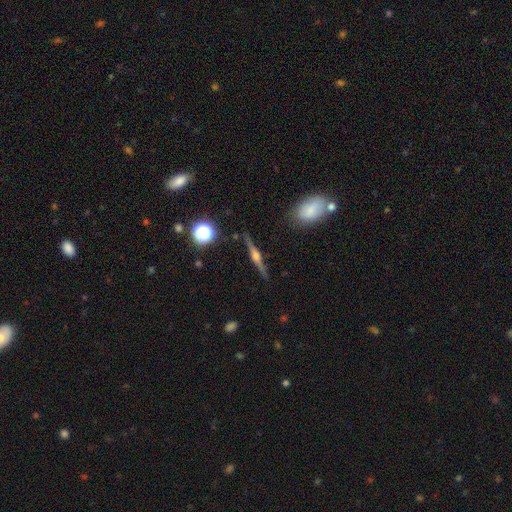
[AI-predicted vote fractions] Q: Smooth or featured?
A: featured or disk (76%); runner-up: smooth (16%)
Q: Edge-on disk?
A: yes (97%); runner-up: no (3%)
Q: Edge-on bulge?
A: rounded (87%); runner-up: boxy (9%)
Q: Merging?
A: none (88%); runner-up: minor disturbance (8%)